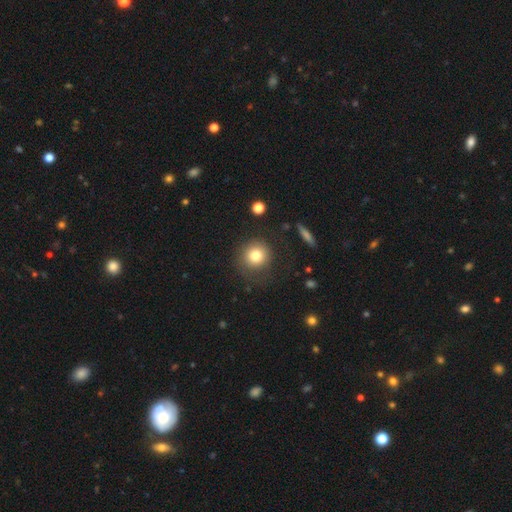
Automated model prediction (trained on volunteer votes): smooth 80%, star or artifact 10%, featured or disk 10%. Down the decision tree: how rounded — round (91%); merging — none (80%).